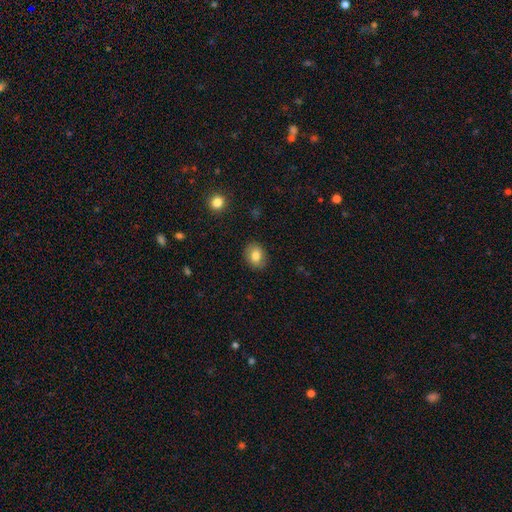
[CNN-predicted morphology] Q: Smooth or featured?
A: smooth (82%); runner-up: featured or disk (10%)
Q: How rounded?
A: in between (53%); runner-up: round (46%)
Q: Merging?
A: none (87%); runner-up: minor disturbance (9%)